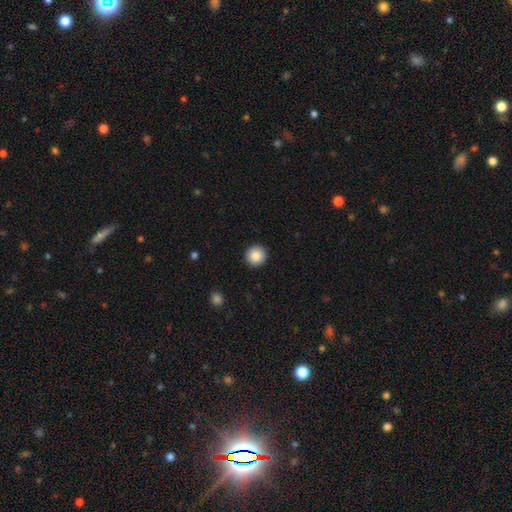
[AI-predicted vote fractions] Smooth or featured?
  - smooth: 87% *
  - star or artifact: 9%
  - featured or disk: 4%
How rounded?
  - round: 95% *
  - in between: 4%
  - cigar-shaped: 1%
Merging?
  - none: 93% *
  - minor disturbance: 4%
  - major disturbance: 2%
  - merger: 1%